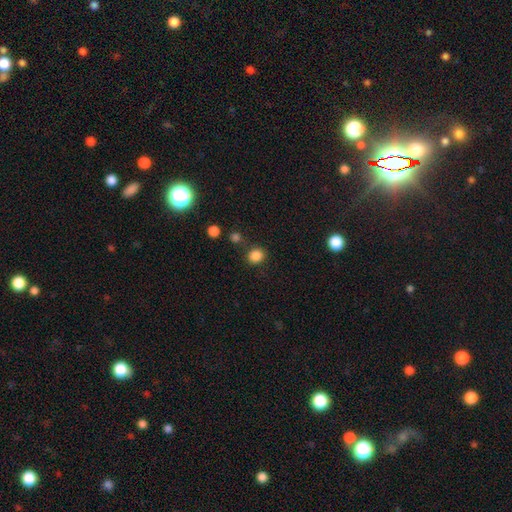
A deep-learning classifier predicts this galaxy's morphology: smooth-or-featured: smooth: 84% | star or artifact: 12% | featured or disk: 4%
  how-rounded: round: 76% | in between: 24% | cigar-shaped: 1%
  merging: none: 81% | minor disturbance: 10% | merger: 6% | major disturbance: 4%